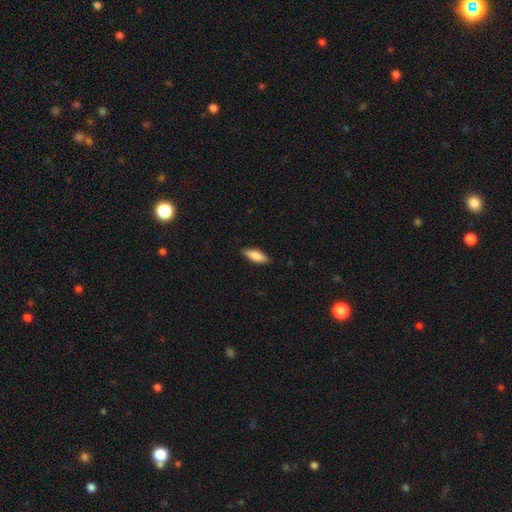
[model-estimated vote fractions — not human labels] A smooth galaxy with no disk features (83%) that is in between round and cigar-shaped (68%). Merging: none (87%).